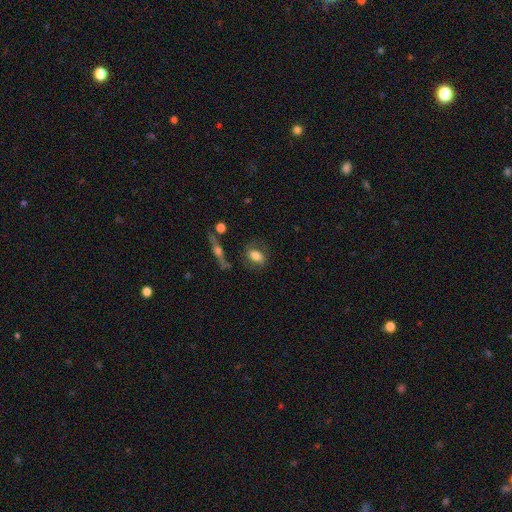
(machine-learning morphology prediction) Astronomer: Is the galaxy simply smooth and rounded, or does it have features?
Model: smooth — 66%.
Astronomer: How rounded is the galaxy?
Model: in between — 76%.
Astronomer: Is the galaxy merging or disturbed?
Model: none — 67%.